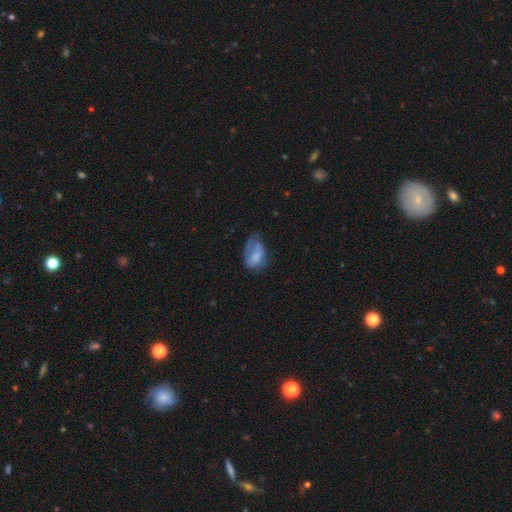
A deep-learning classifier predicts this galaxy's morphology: smooth_or_featured: smooth (p=0.60) [alt: featured or disk p=0.31]
how_rounded: in between (p=0.84) [alt: round p=0.15]
merging: major disturbance (p=0.35) [alt: minor disturbance p=0.32]